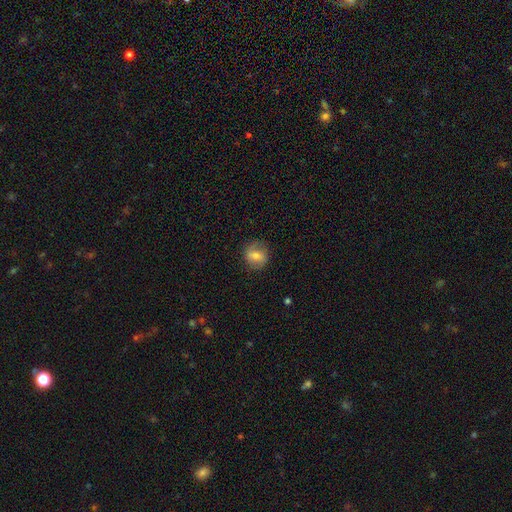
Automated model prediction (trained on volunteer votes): smooth 64%, featured or disk 27%, star or artifact 9%. Down the decision tree: how rounded — round (73%); merging — none (79%).